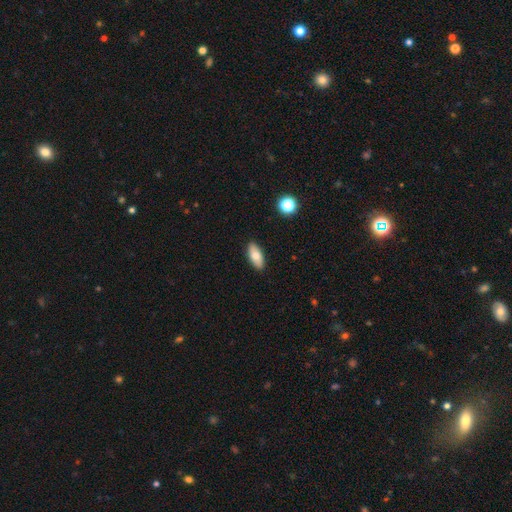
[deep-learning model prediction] This appears to be a smooth galaxy with no disk features (77%) that is in between round and cigar-shaped (87%). Merging: none (89%).